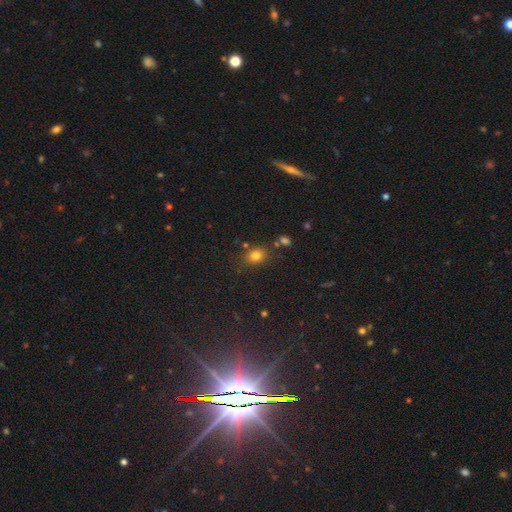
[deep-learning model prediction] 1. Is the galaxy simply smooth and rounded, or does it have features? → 78% smooth, 15% star or artifact, 7% featured or disk.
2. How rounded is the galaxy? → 53% round, 46% in between, 1% cigar-shaped.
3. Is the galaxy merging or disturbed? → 76% none, 13% minor disturbance, 7% merger, 4% major disturbance.